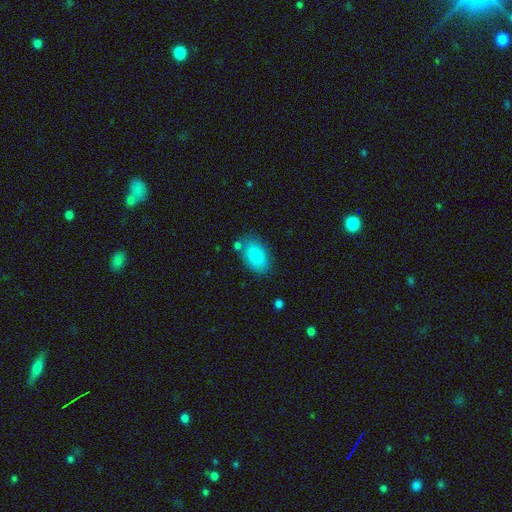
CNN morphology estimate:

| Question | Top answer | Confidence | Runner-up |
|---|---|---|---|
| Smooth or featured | smooth | 87% | featured or disk (7%) |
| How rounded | in between | 92% | round (6%) |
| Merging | none | 74% | minor disturbance (15%) |